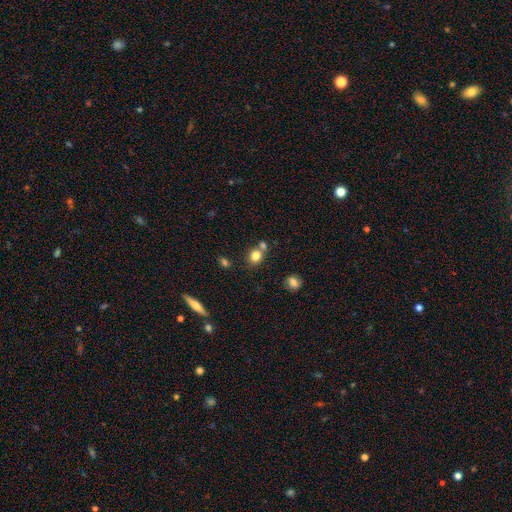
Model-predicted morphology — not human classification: The model was most divided on "merging": none: 61%, merger: 25%, minor disturbance: 10%, major disturbance: 3%. More confident: smooth or featured — smooth (81%); how rounded — round (74%).